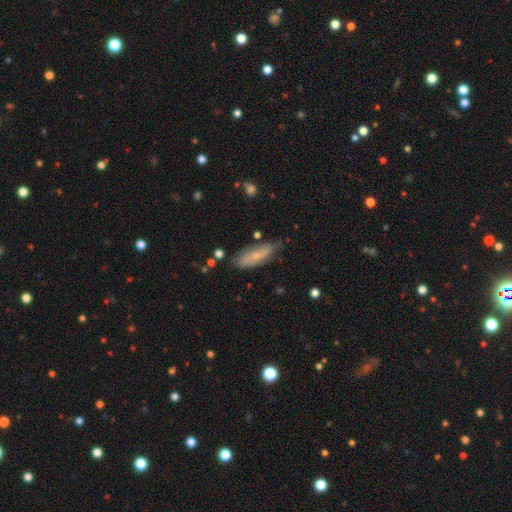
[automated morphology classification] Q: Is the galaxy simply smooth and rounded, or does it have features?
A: smooth — 57%.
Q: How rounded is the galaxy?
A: in between — 54%.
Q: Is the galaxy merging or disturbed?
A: none — 66%.